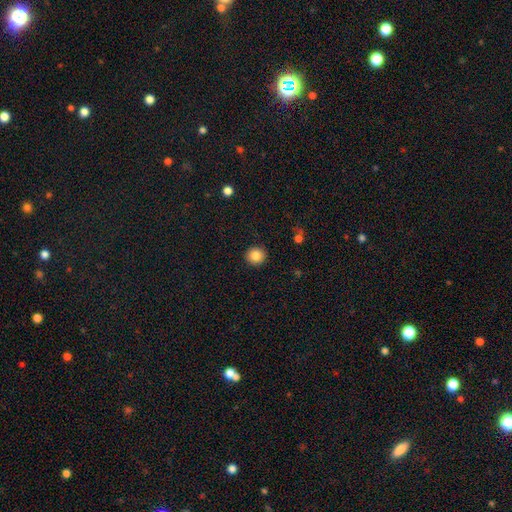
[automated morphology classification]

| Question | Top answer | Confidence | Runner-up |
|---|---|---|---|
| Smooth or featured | smooth | 84% | star or artifact (10%) |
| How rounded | round | 92% | in between (7%) |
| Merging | none | 92% | minor disturbance (5%) |